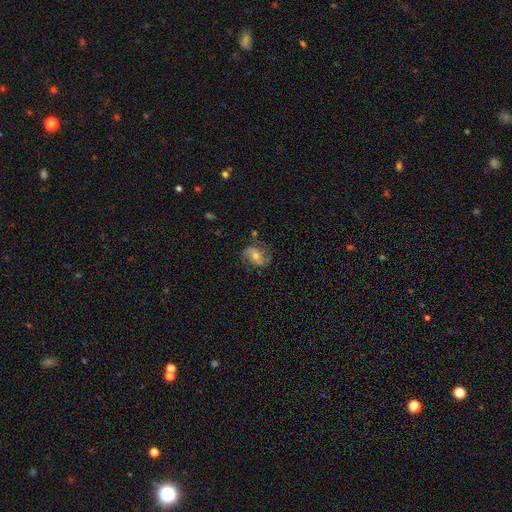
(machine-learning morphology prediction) Smooth or featured? Predicted: featured or disk (p=0.69). Edge-on disk? Predicted: no (p=0.96). Bar? Predicted: no (p=0.44). Spiral arms? Predicted: yes (p=0.89). Spiral winding? Predicted: loose (p=0.48). Spiral arm count? Predicted: 2 (p=0.84). Bulge size? Predicted: moderate (p=0.61). Merging? Predicted: none (p=0.73).